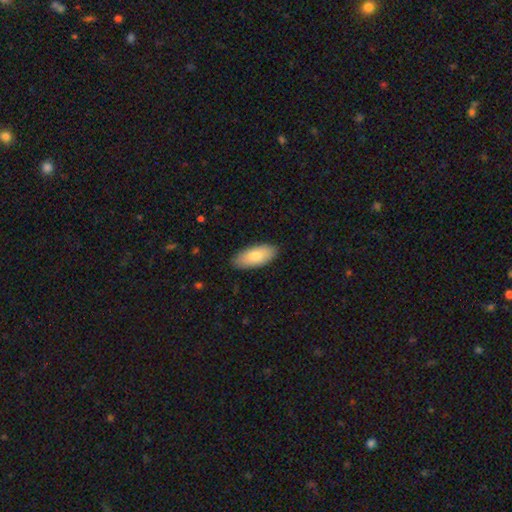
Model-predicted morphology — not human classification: The model was most divided on "smooth or featured": smooth: 80%, featured or disk: 15%, star or artifact: 5%. More confident: how rounded — in between (89%); merging — none (87%).